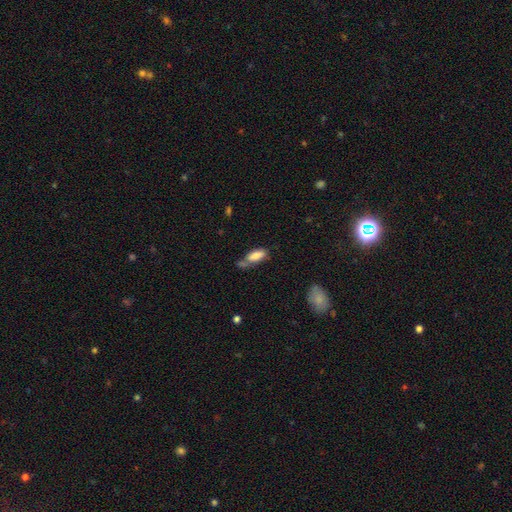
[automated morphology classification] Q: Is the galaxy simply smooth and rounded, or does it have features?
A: smooth — 82%.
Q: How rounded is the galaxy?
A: in between — 80%.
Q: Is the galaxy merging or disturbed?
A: none — 43%.